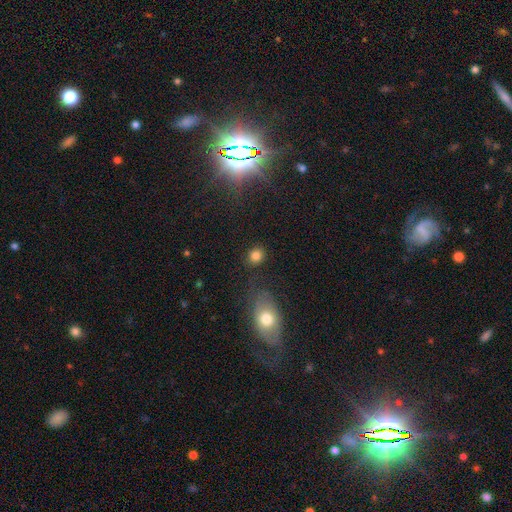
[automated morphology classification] A smooth galaxy with no disk features (83%) that is round (75%). Merging: none (82%).